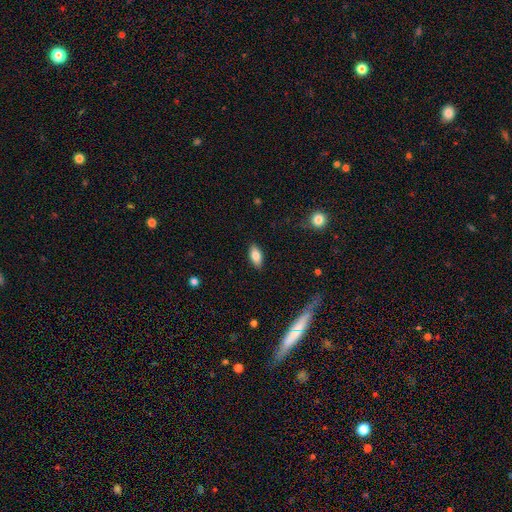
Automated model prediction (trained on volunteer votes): Smooth or featured?
  - smooth: 81% *
  - featured or disk: 12%
  - star or artifact: 7%
How rounded?
  - in between: 89% *
  - cigar-shaped: 8%
  - round: 3%
Merging?
  - none: 88% *
  - minor disturbance: 9%
  - major disturbance: 2%
  - merger: 1%